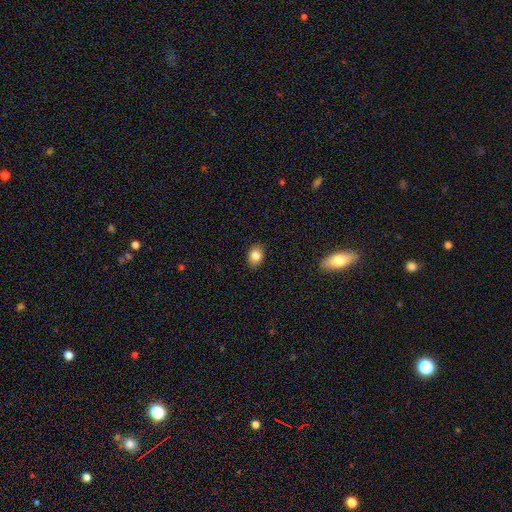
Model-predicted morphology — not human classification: Q: Smooth or featured?
A: smooth (83%); runner-up: star or artifact (10%)
Q: How rounded?
A: in between (61%); runner-up: round (38%)
Q: Merging?
A: none (88%); runner-up: minor disturbance (9%)